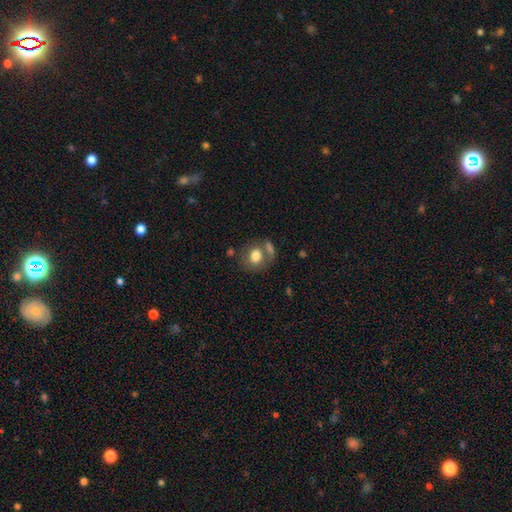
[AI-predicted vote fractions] A smooth galaxy with no disk features (76%) that is round (62%).

Vote fractions:
- Smooth or featured? smooth: 76% / featured or disk: 15% / star or artifact: 9%
- How rounded? round: 62% / in between: 37% / cigar-shaped: 1%
- Merging? none: 55% / merger: 23% / minor disturbance: 15% / major disturbance: 7%